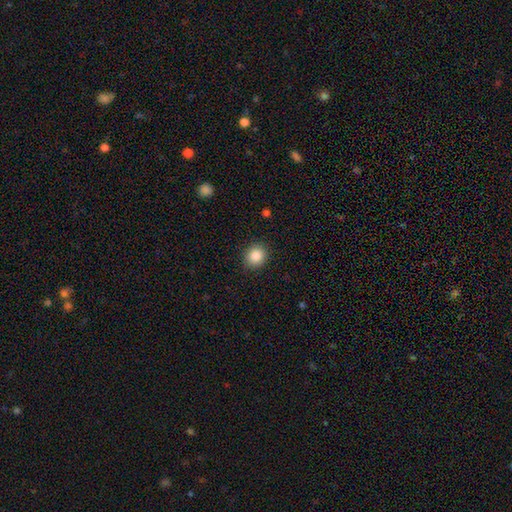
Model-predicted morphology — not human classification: Smooth or featured? smooth (86%)
How rounded? round (79%)
Merging? none (90%)